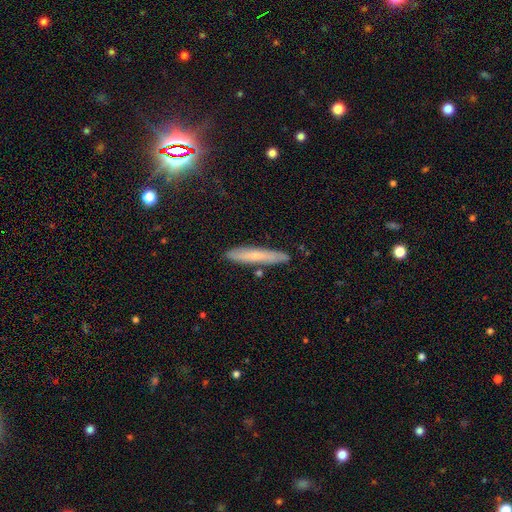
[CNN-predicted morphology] smooth_or_featured: smooth (p=0.55) [alt: featured or disk p=0.36]
how_rounded: cigar-shaped (p=0.92) [alt: in between p=0.06]
merging: none (p=0.84) [alt: minor disturbance p=0.11]